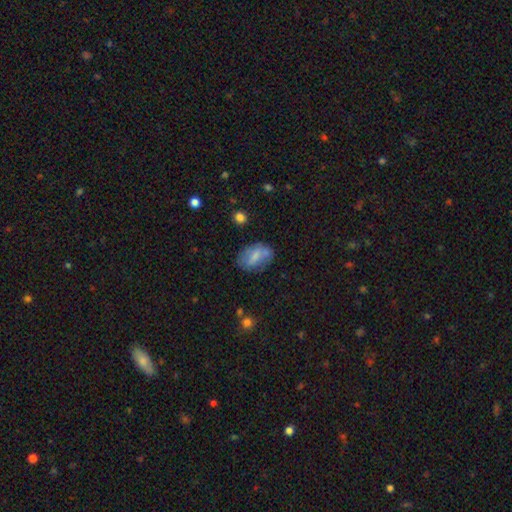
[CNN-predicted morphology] Smooth or featured? Predicted: smooth (p=0.63). How rounded? Predicted: in between (p=0.84). Merging? Predicted: none (p=0.60).